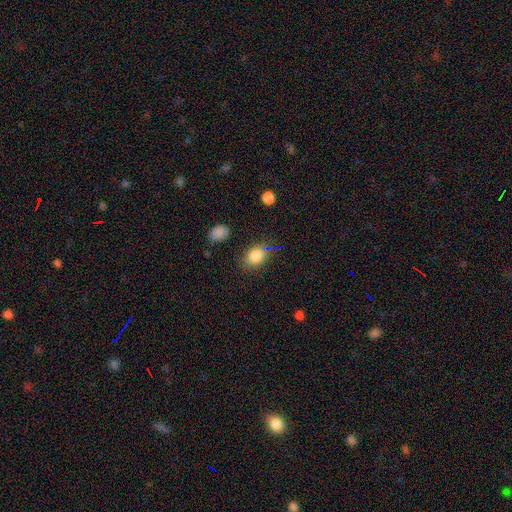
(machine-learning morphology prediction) A smooth galaxy with no disk features (82%) that is in between round and cigar-shaped (65%). Merging: none (75%).